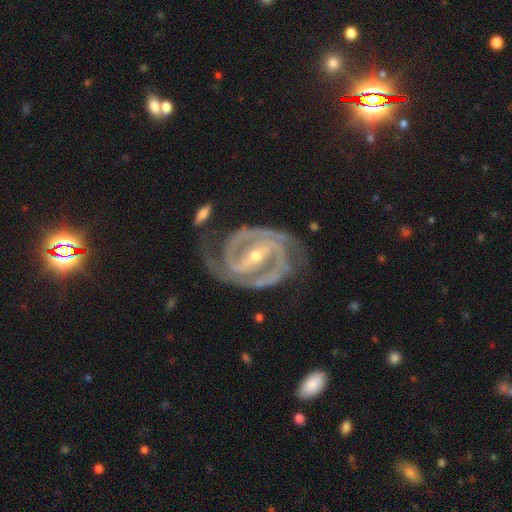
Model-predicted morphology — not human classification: smooth_or_featured: featured or disk (p=0.93) [alt: star or artifact p=0.04]
disk_edge_on: no (p=0.97) [alt: yes p=0.03]
bar: strong (p=0.73) [alt: weak p=0.20]
has_spiral_arms: yes (p=0.99) [alt: no p=0.01]
spiral_winding: tight (p=0.60) [alt: medium p=0.36]
spiral_arm_count: 2 (p=0.78) [alt: 3 p=0.12]
bulge_size: small (p=0.63) [alt: moderate p=0.34]
merging: none (p=0.70) [alt: minor disturbance p=0.18]